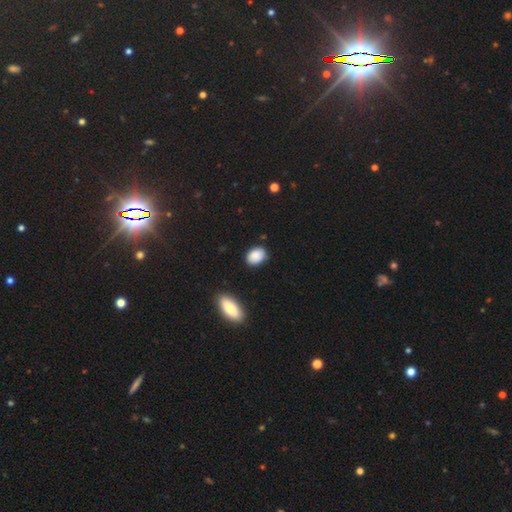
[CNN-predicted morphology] Overall: smooth (87%). How rounded: in between (78%). Merging: none (81%).